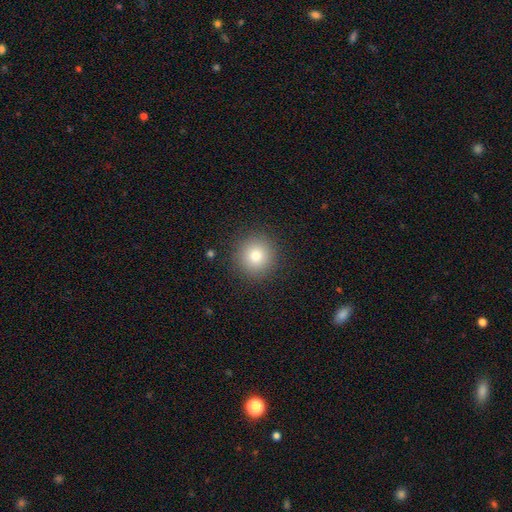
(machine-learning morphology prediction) Smooth or featured?
  - smooth: 79% *
  - star or artifact: 12%
  - featured or disk: 9%
How rounded?
  - round: 94% *
  - in between: 5%
  - cigar-shaped: 1%
Merging?
  - none: 90% *
  - minor disturbance: 6%
  - major disturbance: 2%
  - merger: 1%